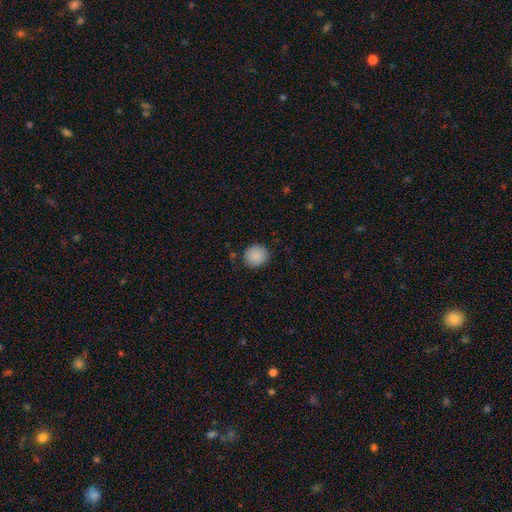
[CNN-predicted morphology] type=smooth (89%); roundness=round (88%); merging=none (85%).